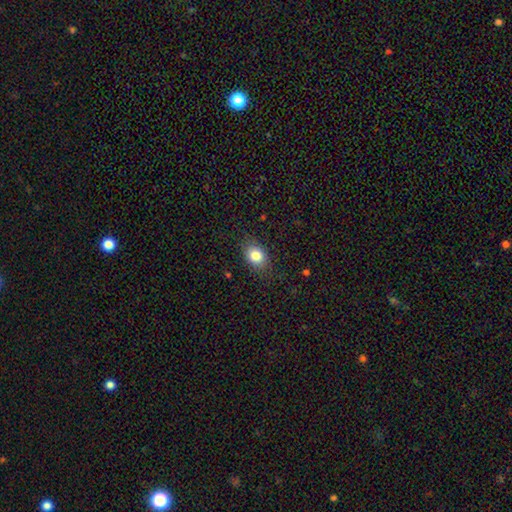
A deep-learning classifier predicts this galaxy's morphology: Smooth or featured? Predicted: smooth (p=0.82). How rounded? Predicted: in between (p=0.63). Merging? Predicted: none (p=0.82).